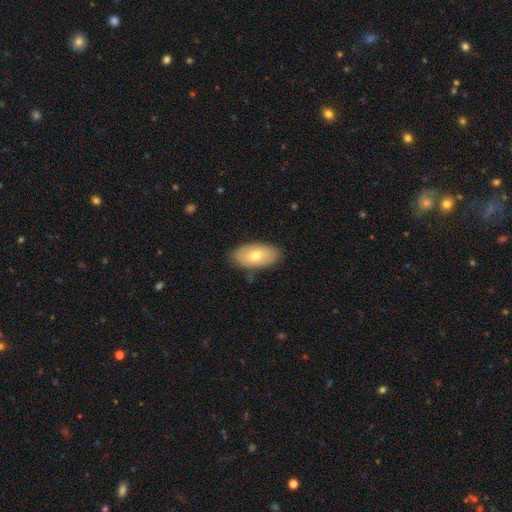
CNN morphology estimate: smooth-or-featured: smooth: 68% | featured or disk: 25% | star or artifact: 7%
  how-rounded: in between: 93% | round: 4% | cigar-shaped: 2%
  merging: none: 84% | minor disturbance: 12% | major disturbance: 2% | merger: 1%